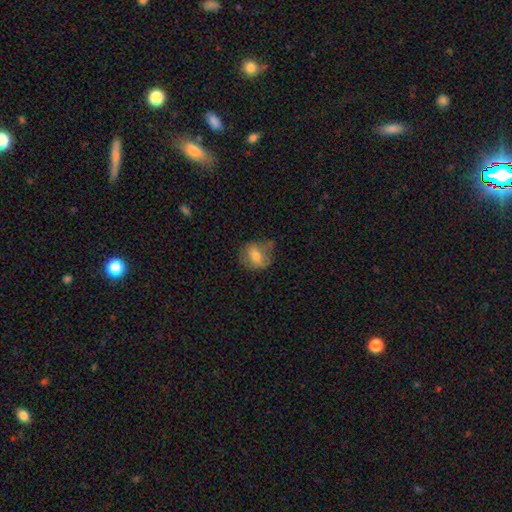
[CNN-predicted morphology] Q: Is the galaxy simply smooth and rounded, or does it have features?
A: smooth — 66%.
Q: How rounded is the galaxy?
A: round — 58%.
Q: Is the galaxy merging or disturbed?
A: none — 61%.